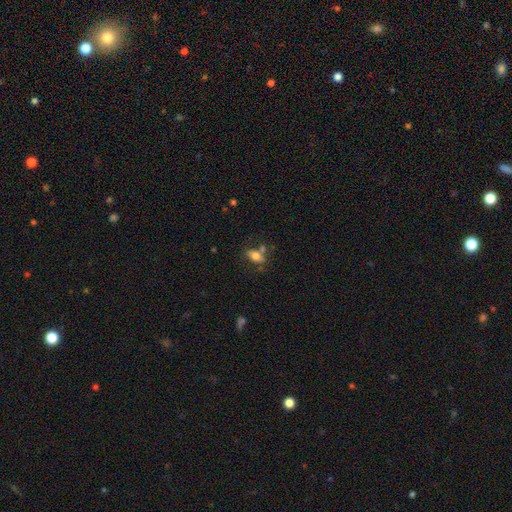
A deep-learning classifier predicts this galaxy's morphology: A smooth galaxy with no disk features (68%) that is in between round and cigar-shaped (81%).

Vote fractions:
- Smooth or featured? smooth: 68% / featured or disk: 21% / star or artifact: 11%
- How rounded? in between: 81% / round: 11% / cigar-shaped: 9%
- Merging? none: 53% / merger: 20% / minor disturbance: 18% / major disturbance: 8%